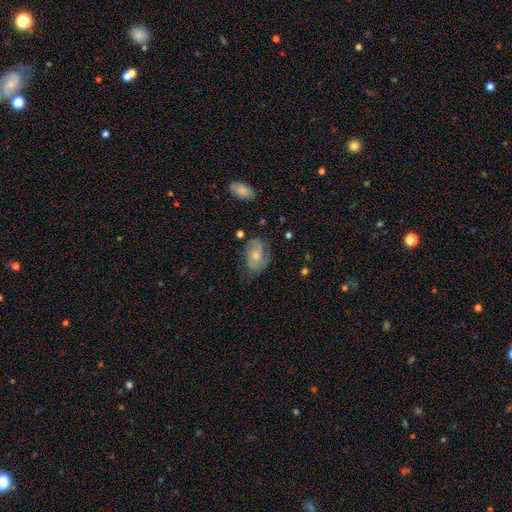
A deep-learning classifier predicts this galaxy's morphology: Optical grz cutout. It shows a featured or disk galaxy (53%) with no bar (71%), spiral arms (78%) and a moderate central bulge (50%). Merging: none (56%).